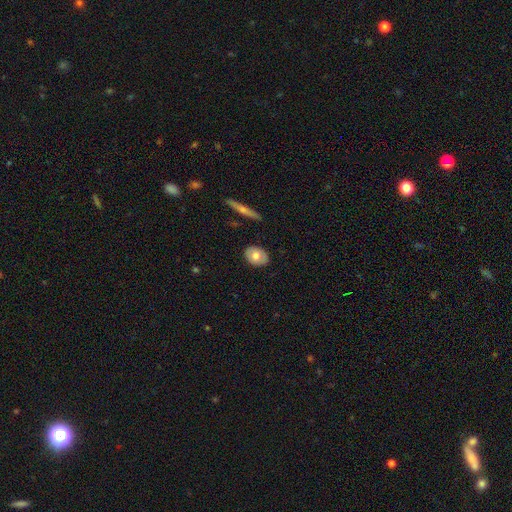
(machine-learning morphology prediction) Q: Smooth or featured?
A: smooth (69%); runner-up: featured or disk (24%)
Q: How rounded?
A: in between (72%); runner-up: round (26%)
Q: Merging?
A: none (86%); runner-up: minor disturbance (10%)